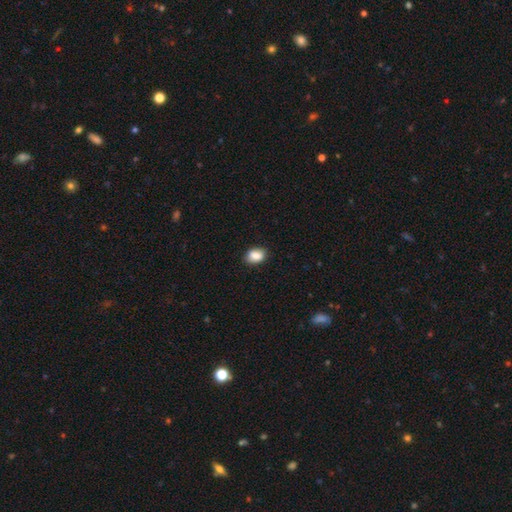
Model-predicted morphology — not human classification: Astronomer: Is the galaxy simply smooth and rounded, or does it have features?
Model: smooth — 86%.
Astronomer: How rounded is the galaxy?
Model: in between — 80%.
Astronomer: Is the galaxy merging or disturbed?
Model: none — 81%.